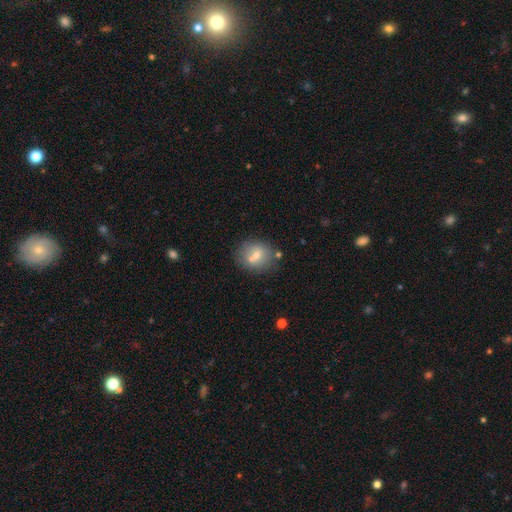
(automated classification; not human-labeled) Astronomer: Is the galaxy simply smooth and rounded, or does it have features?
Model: smooth — 65%.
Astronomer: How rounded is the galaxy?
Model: round — 68%.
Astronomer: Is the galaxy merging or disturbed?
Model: none — 62%.